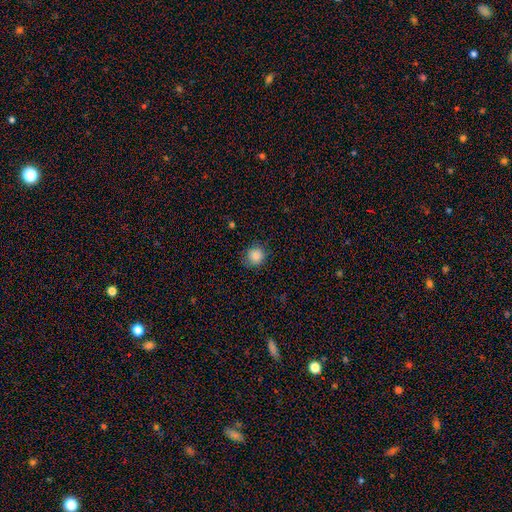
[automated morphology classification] Smooth or featured? Predicted: smooth (p=0.87). How rounded? Predicted: round (p=0.88). Merging? Predicted: none (p=0.82).